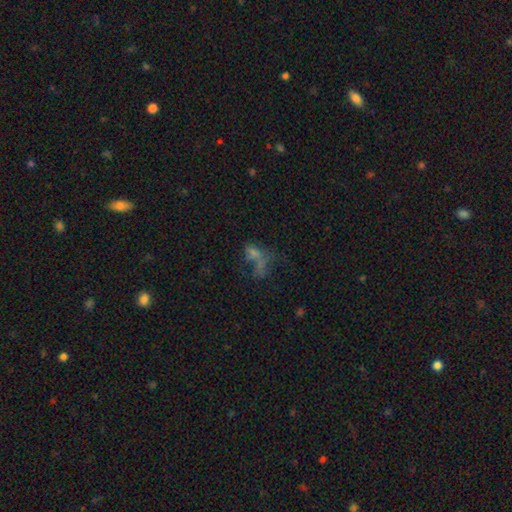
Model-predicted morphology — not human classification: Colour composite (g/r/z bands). It shows a smooth galaxy with no disk features (48%). Merging: major disturbance (34%).